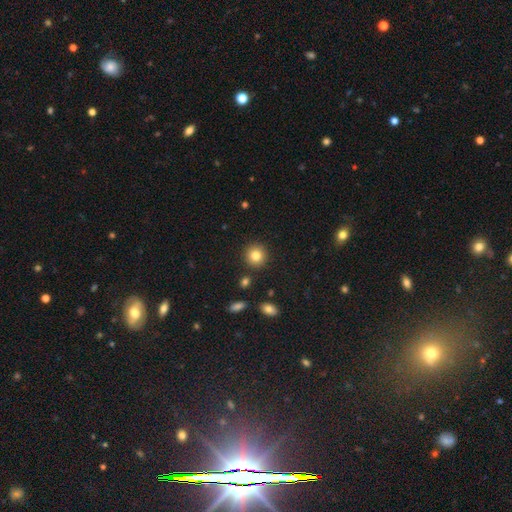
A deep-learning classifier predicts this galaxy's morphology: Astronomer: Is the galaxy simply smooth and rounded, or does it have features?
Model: smooth — 83%.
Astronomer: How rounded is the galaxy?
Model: round — 92%.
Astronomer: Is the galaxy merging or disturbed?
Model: none — 90%.